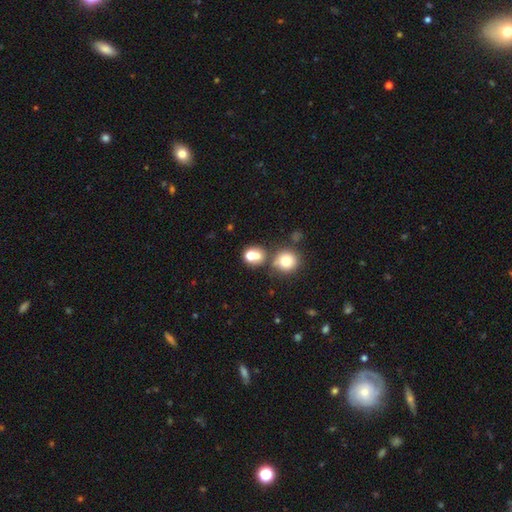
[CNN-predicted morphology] smooth-or-featured: smooth: 70% | star or artifact: 15% | featured or disk: 14%
  how-rounded: round: 73% | in between: 26% | cigar-shaped: 1%
  merging: none: 43% | merger: 42% | minor disturbance: 9% | major disturbance: 5%